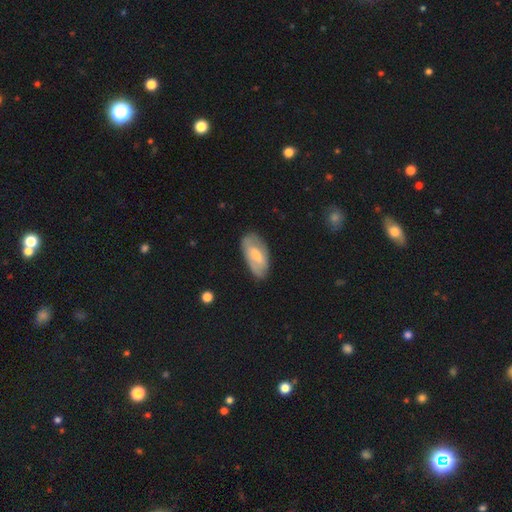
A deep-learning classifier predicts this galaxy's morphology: This is possibly a smooth galaxy (47%, tied with featured or disk). Merging: likely none (75%).